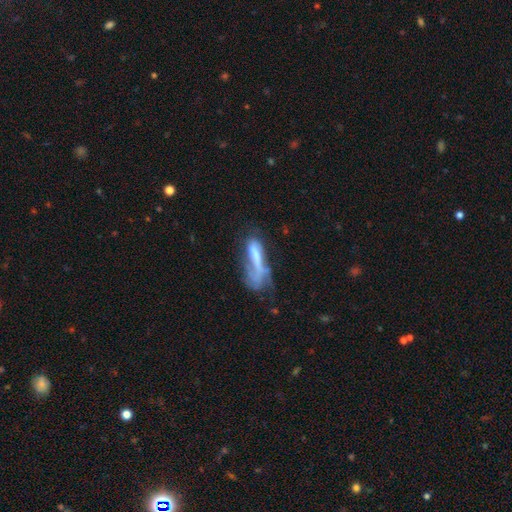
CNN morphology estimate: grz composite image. It shows a smooth galaxy with no disk features (48%). Merging: major disturbance (40%).